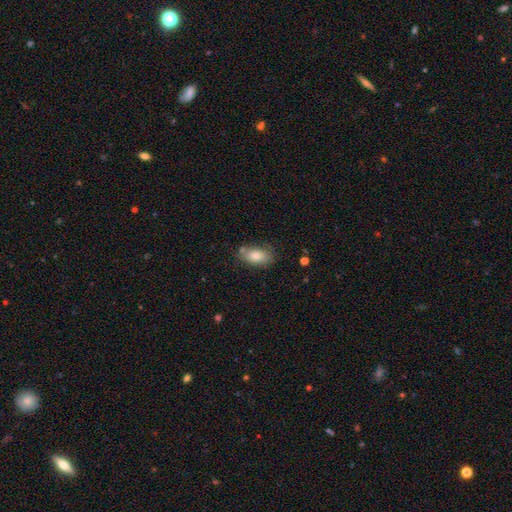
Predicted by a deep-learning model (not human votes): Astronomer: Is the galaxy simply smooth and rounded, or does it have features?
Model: smooth — 78%.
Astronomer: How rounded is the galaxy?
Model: in between — 89%.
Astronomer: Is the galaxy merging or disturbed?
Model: none — 72%.